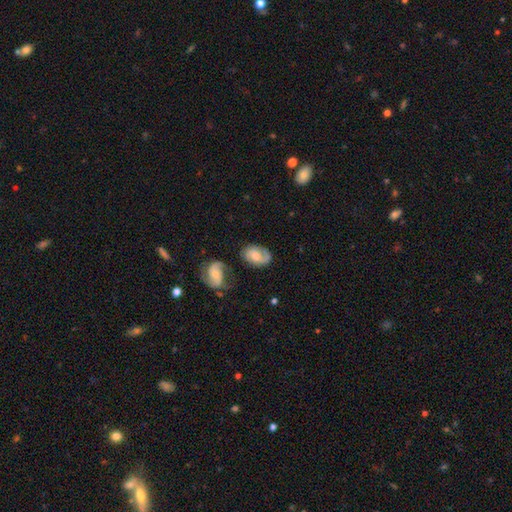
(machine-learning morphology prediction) smooth-or-featured: featured or disk: 62% | smooth: 31% | star or artifact: 7%
  disk-edge-on: no: 96% | yes: 4%
    bar: no: 56% | weak: 37% | strong: 7%
    has-spiral-arms: yes: 89% | no: 11%
      spiral-winding: medium: 48% | tight: 27% | loose: 25%
      spiral-arm-count: 2: 74% | 1: 14% | can't tell: 9% | 3: 1% | 4: 1% | more than 4: 1%
    bulge-size: moderate: 51% | small: 25% | large: 13% | none: 9% | dominant: 2%
  merging: none: 60% | minor disturbance: 22% | major disturbance: 9% | merger: 9%